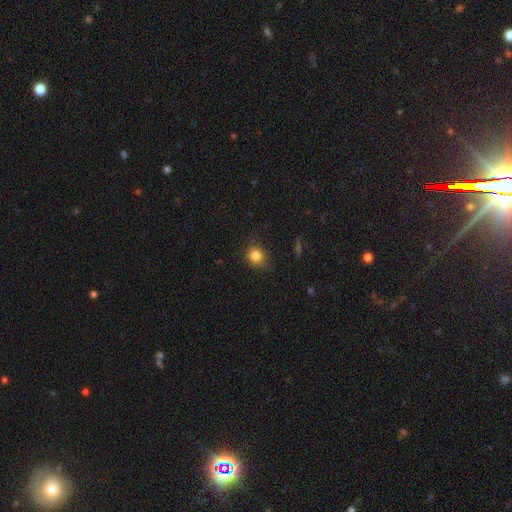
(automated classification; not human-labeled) Smooth or featured? Predicted: smooth (p=0.82). How rounded? Predicted: round (p=0.72). Merging? Predicted: none (p=0.77).